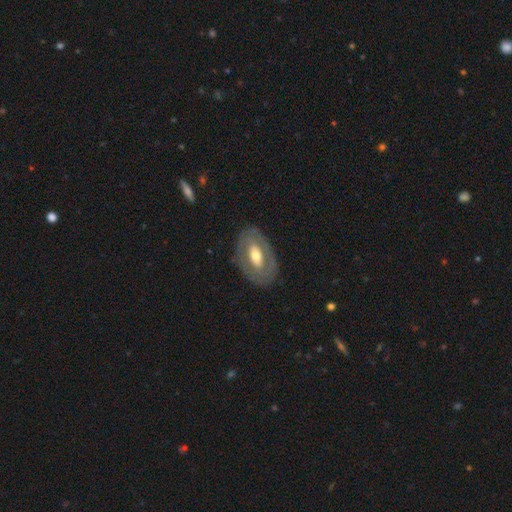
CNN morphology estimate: Smooth or featured?
  - featured or disk: 59% *
  - smooth: 35%
  - star or artifact: 5%
Edge-on disk?
  - no: 89% *
  - yes: 11%
Bar?
  - no: 55% *
  - weak: 27%
  - strong: 18%
Spiral arms?
  - no: 76% *
  - yes: 24%
Bulge size?
  - moderate: 64% *
  - small: 19%
  - large: 15%
  - dominant: 1%
  - none: 1%
Merging?
  - none: 81% *
  - minor disturbance: 12%
  - major disturbance: 6%
  - merger: 1%